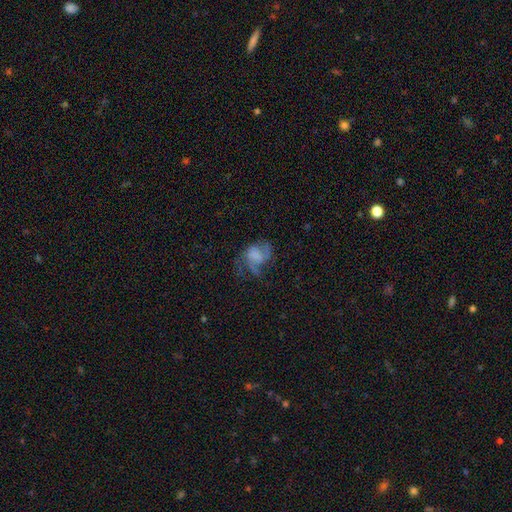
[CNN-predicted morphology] The model was most divided on "merging": none: 40%, major disturbance: 36%, minor disturbance: 21%, merger: 2%. Remaining: edge-on disk — no (98%); spiral arms — yes (81%); bar — no (64%); smooth or featured — featured or disk (57%); bulge size — none (47%).